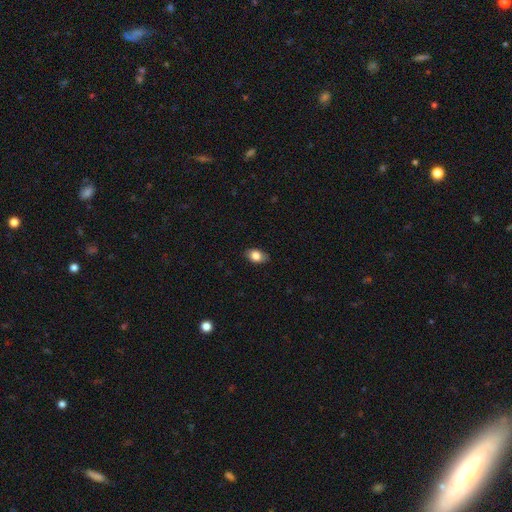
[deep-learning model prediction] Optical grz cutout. It shows a smooth galaxy with no disk features (84%) that is in between round and cigar-shaped (83%). Merging: none (83%).